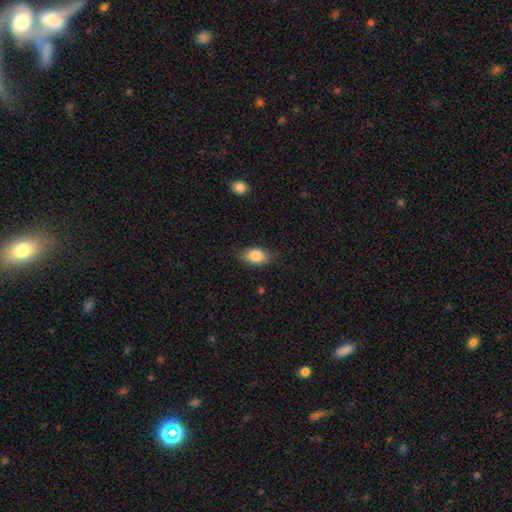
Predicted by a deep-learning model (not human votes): Smooth or featured? Predicted: smooth (p=0.85). How rounded? Predicted: in between (p=0.86). Merging? Predicted: none (p=0.78).